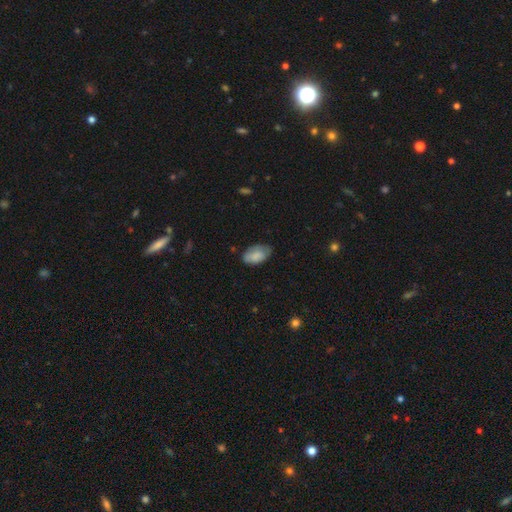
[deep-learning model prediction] Q: Smooth or featured?
A: smooth (77%); runner-up: featured or disk (16%)
Q: How rounded?
A: in between (94%); runner-up: round (5%)
Q: Merging?
A: none (63%); runner-up: minor disturbance (28%)